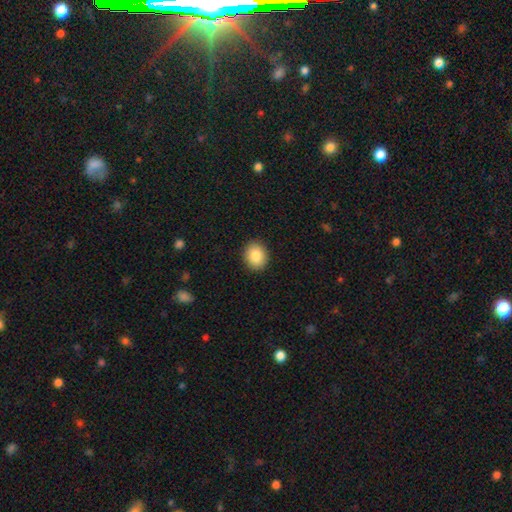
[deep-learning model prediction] smooth-or-featured: smooth: 86% | star or artifact: 8% | featured or disk: 6%
  how-rounded: round: 62% | in between: 37% | cigar-shaped: 1%
  merging: none: 90% | minor disturbance: 7% | major disturbance: 2% | merger: 1%